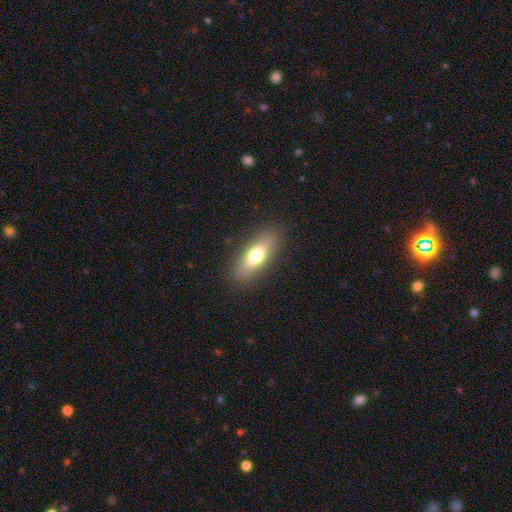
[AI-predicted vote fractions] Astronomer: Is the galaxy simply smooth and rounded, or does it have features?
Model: smooth — 71%.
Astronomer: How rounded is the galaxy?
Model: in between — 62%.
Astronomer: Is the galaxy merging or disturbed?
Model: none — 88%.